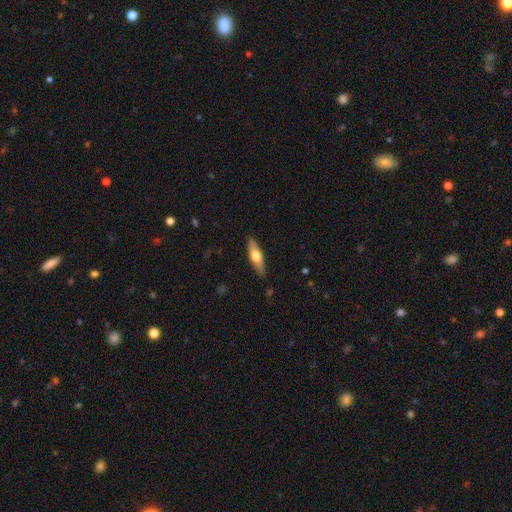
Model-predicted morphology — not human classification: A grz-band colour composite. It shows a smooth galaxy with no disk features (54%) that is cigar-shaped (56%). Merging: none (87%).